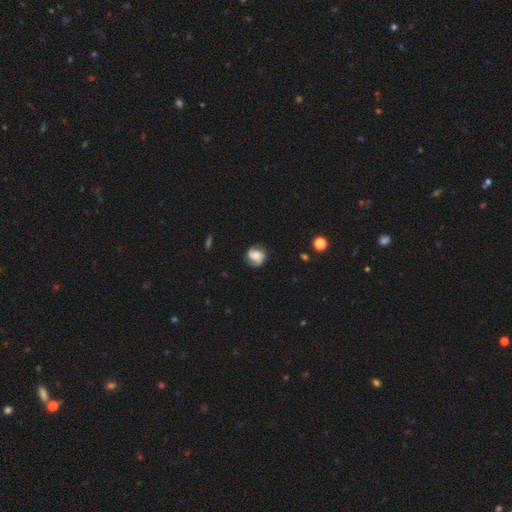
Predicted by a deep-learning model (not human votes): featured or disk 57%, smooth 35%, star or artifact 9%. Down the decision tree: edge-on disk — no (98%); bar — no (60%); spiral arms — yes (91%); spiral arm count — 2 (71%); spiral winding — medium (43%); bulge size — small (33%); merging — none (74%).